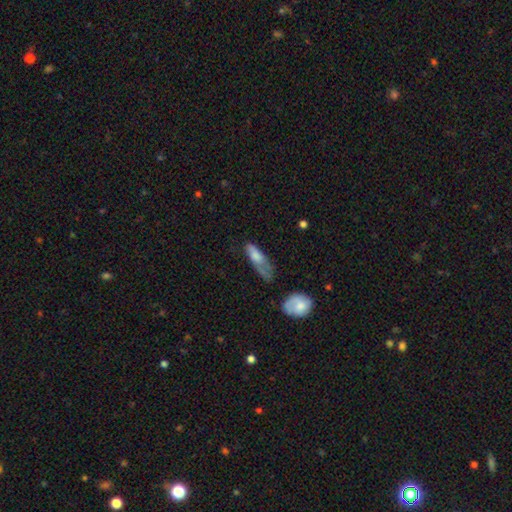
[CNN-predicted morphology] type=smooth (61%); roundness=in between (54%); merging=major disturbance (34%).